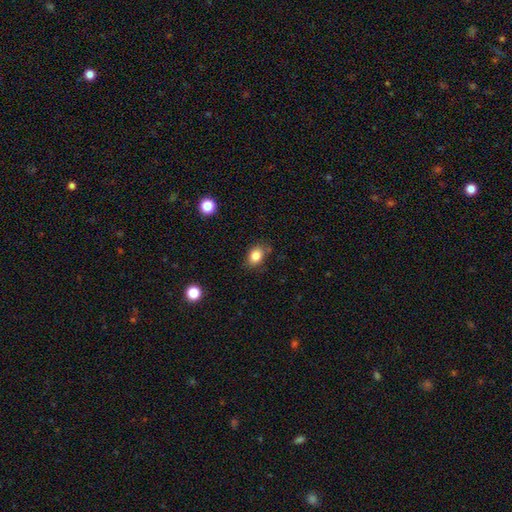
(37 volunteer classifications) Volunteers were most divided on "how rounded": in between: 59%, round: 41%, cigar-shaped: 0%. More confident: smooth or featured — smooth (86%); merging — none (82%).